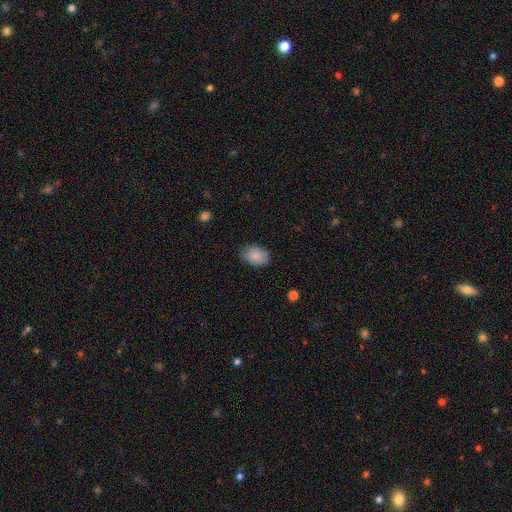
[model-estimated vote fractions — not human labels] The model was most divided on "how rounded": in between: 80%, round: 19%, cigar-shaped: 1%. More confident: smooth or featured — smooth (88%); merging — none (79%).